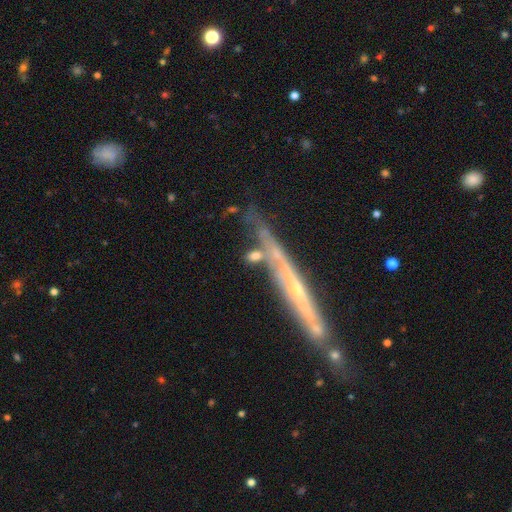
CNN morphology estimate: smooth-or-featured: smooth: 55% | featured or disk: 34% | star or artifact: 11%
  how-rounded: in between: 42% | cigar-shaped: 38% | round: 20%
  merging: none: 56% | merger: 18% | minor disturbance: 17% | major disturbance: 9%